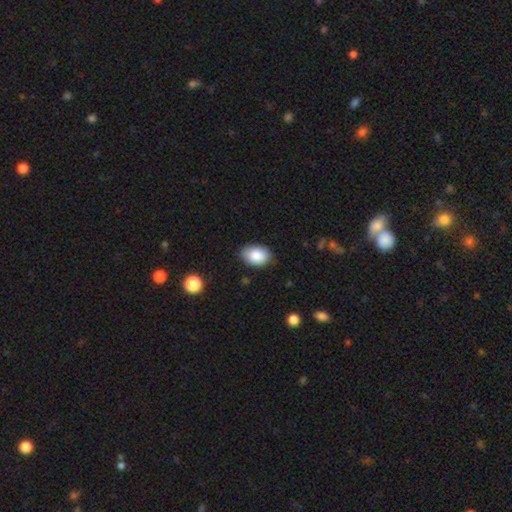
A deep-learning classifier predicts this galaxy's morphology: A smooth galaxy with no disk features (87%) that is in between round and cigar-shaped (84%). Merging: none (83%).